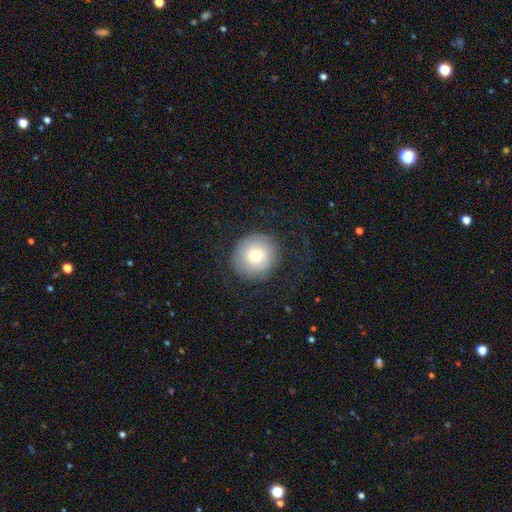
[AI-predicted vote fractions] smooth-or-featured: smooth: 64% | featured or disk: 27% | star or artifact: 9%
  how-rounded: round: 93% | in between: 6% | cigar-shaped: 1%
  merging: none: 75% | minor disturbance: 13% | major disturbance: 11% | merger: 1%